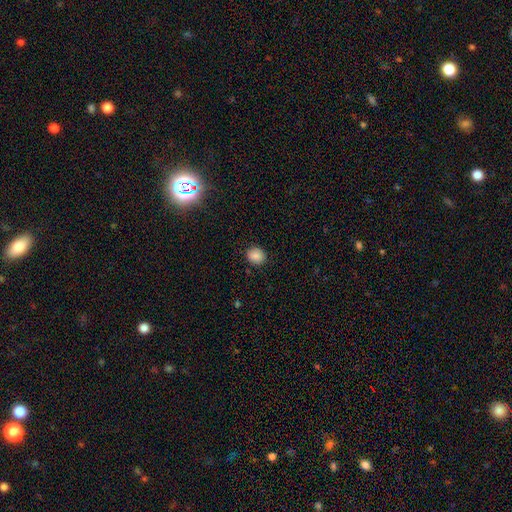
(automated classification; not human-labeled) Smooth or featured? Predicted: smooth (p=0.86). How rounded? Predicted: round (p=0.70). Merging? Predicted: none (p=0.88).